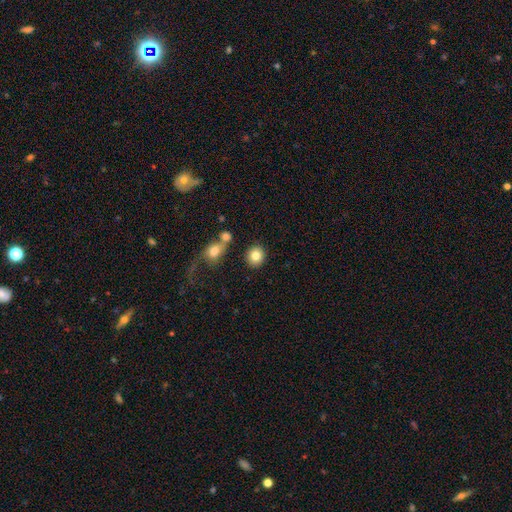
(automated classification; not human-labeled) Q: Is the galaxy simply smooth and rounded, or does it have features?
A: smooth — 82%.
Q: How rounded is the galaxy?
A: round — 83%.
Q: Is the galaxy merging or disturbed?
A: none — 82%.